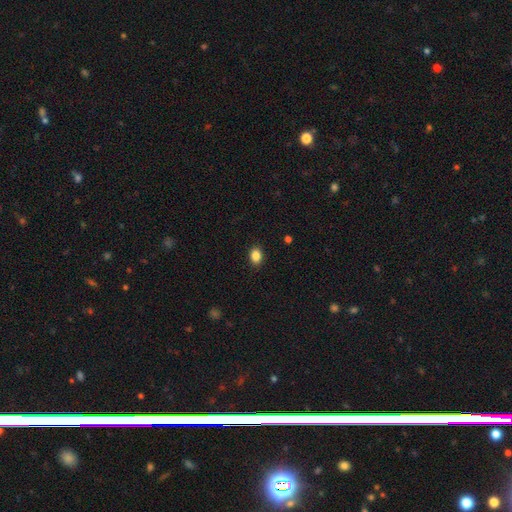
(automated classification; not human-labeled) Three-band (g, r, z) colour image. It shows a smooth galaxy with no disk features (86%) that is in between round and cigar-shaped (65%). Merging: none (89%).